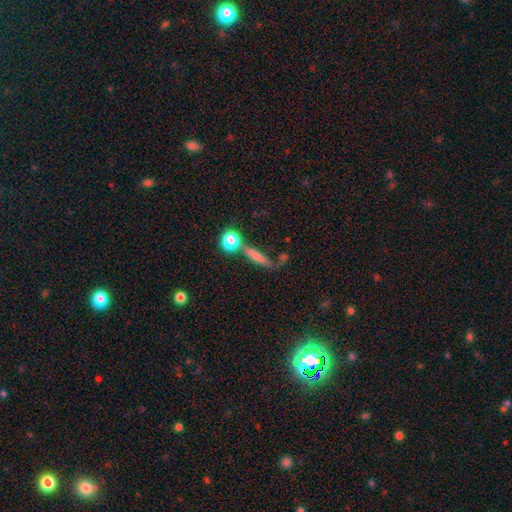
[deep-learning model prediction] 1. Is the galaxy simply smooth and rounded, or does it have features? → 66% smooth, 22% featured or disk, 12% star or artifact.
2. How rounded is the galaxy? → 65% cigar-shaped, 22% in between, 13% round.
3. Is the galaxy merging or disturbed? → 52% none, 21% merger, 15% minor disturbance, 12% major disturbance.